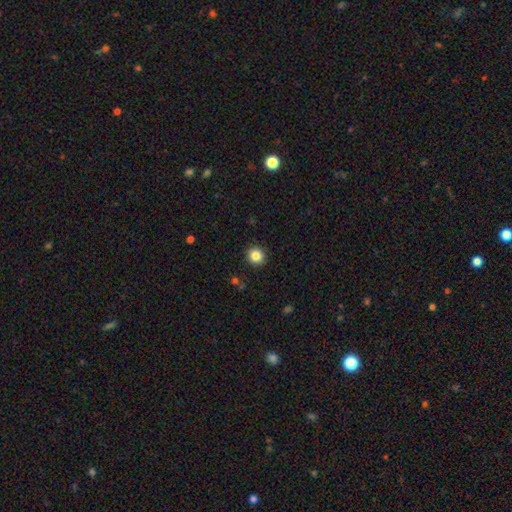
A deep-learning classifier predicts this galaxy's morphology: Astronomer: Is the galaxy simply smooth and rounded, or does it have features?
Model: smooth — 84%.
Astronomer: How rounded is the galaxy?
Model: round — 91%.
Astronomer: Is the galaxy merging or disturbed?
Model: none — 92%.